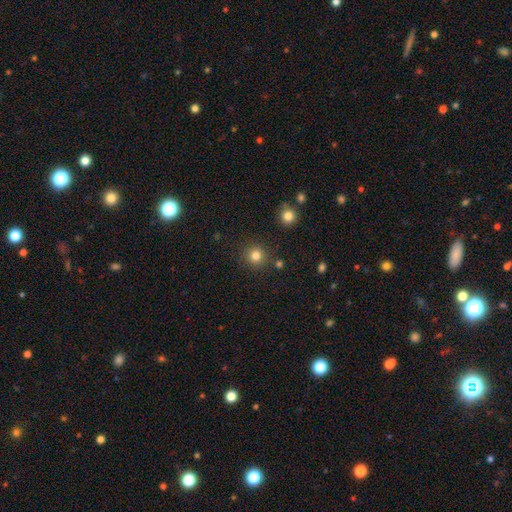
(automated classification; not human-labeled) smooth-or-featured: smooth: 82% | star or artifact: 13% | featured or disk: 5%
  how-rounded: round: 94% | in between: 5% | cigar-shaped: 1%
  merging: none: 88% | minor disturbance: 7% | merger: 3% | major disturbance: 3%